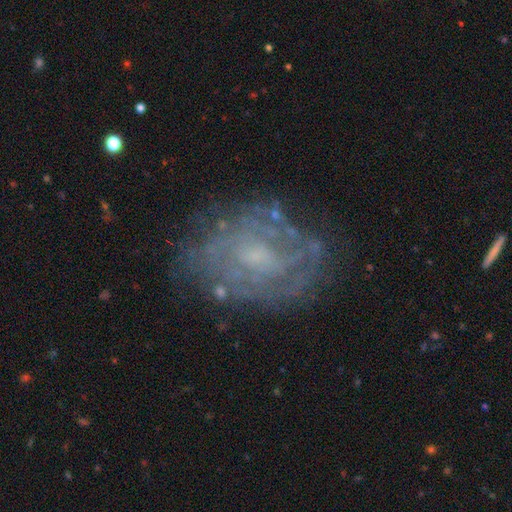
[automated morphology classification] type=featured or disk (73%); edge-on=no (97%); bar=no (64%); spiral arms=yes (60%); bulge=small (53%); merging=none (70%).